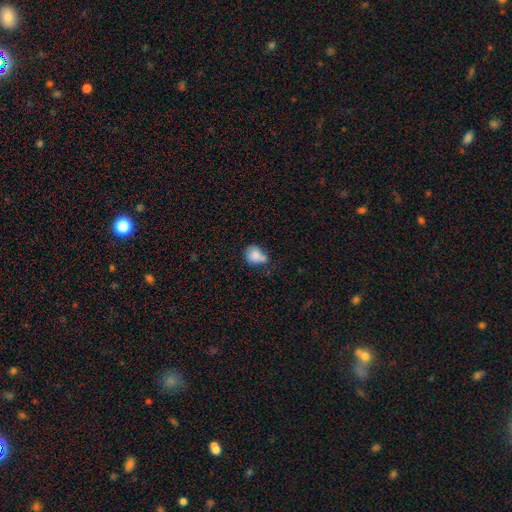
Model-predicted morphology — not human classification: A smooth galaxy with no disk features (81%) that is round (59%).

Vote fractions:
- Smooth or featured? smooth: 81% / featured or disk: 10% / star or artifact: 9%
- How rounded? round: 59% / in between: 40% / cigar-shaped: 1%
- Merging? none: 41% / minor disturbance: 34% / merger: 14% / major disturbance: 11%